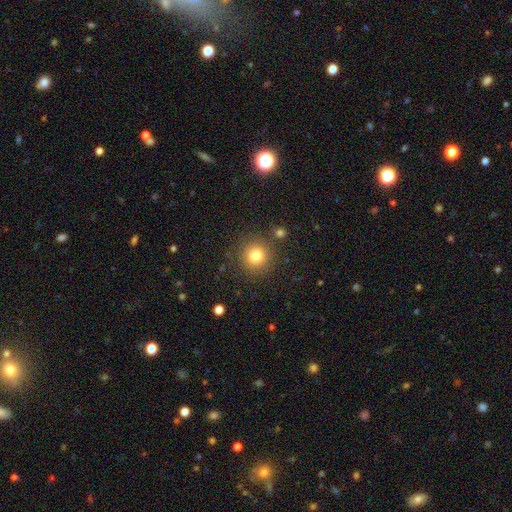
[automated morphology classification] Smooth or featured: smooth — 80% (star or artifact — 12%)
How rounded: round — 94% (in between — 5%)
Merging: none — 86% (minor disturbance — 7%)